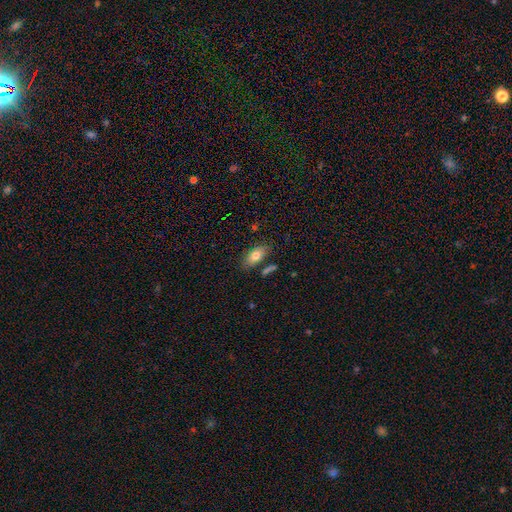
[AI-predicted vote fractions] A smooth galaxy with no disk features (78%) that is in between round and cigar-shaped (88%).

Vote fractions:
- Smooth or featured? smooth: 78% / featured or disk: 14% / star or artifact: 7%
- How rounded? in between: 88% / cigar-shaped: 8% / round: 4%
- Merging? none: 77% / minor disturbance: 14% / merger: 6% / major disturbance: 3%